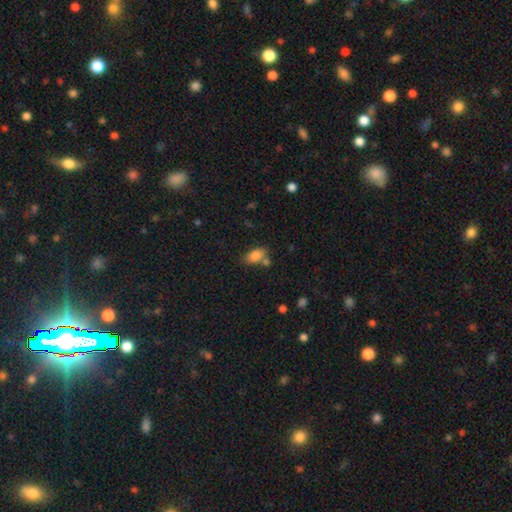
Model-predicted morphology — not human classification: smooth_or_featured: smooth (p=0.83) [alt: star or artifact p=0.09]
how_rounded: in between (p=0.88) [alt: round p=0.08]
merging: none (p=0.58) [alt: merger p=0.20]